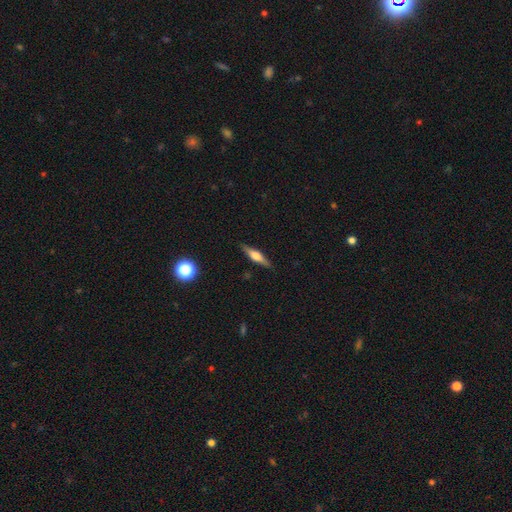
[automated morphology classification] featured or disk 63%, smooth 31%, star or artifact 7%. Down the decision tree: edge-on disk — yes (96%); edge-on bulge — rounded (80%); merging — none (89%).